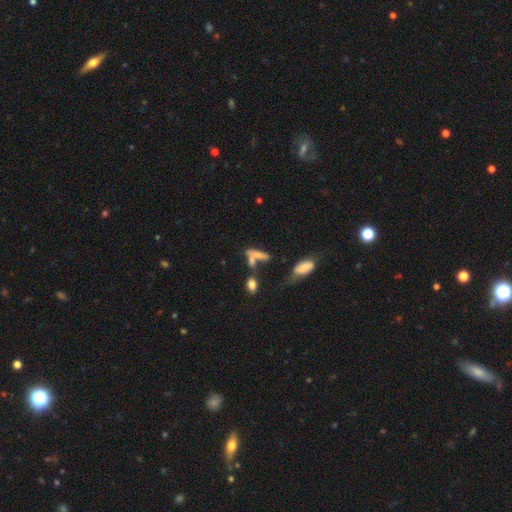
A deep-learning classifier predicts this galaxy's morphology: Overall: smooth (62%; featured or disk 26%). How rounded: cigar-shaped (50%; in between 45%). Merging: merger (41%; none 29%).